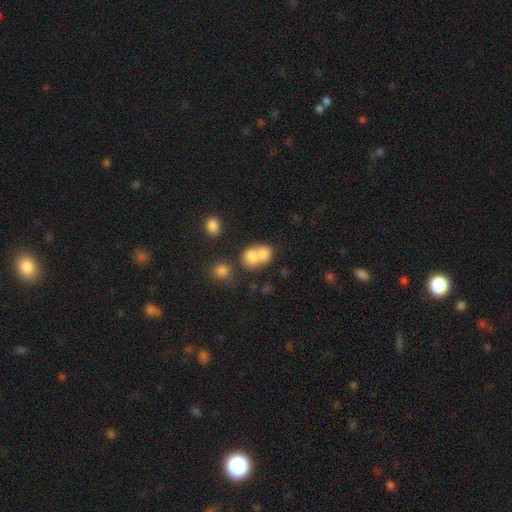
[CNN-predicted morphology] This appears to be a smooth galaxy with no disk features (74%) that is round (60%). Merging: merger (69%).